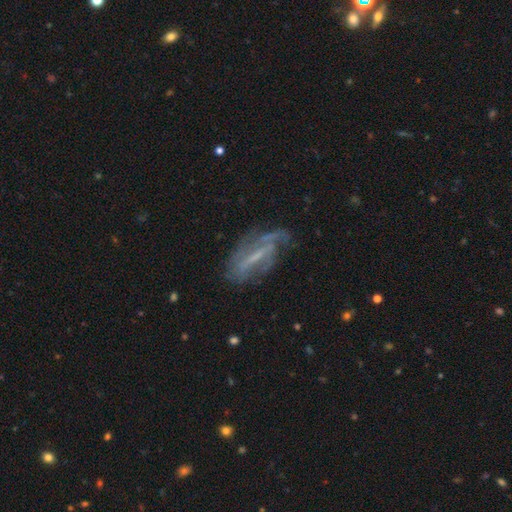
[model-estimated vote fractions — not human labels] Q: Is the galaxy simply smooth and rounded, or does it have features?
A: featured or disk — 72%.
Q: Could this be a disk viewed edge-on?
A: no — 81%.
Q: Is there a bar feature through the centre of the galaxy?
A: strong — 40%.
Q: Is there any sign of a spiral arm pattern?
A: yes — 76%.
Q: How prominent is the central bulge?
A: small — 46%.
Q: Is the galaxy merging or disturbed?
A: none — 52%.